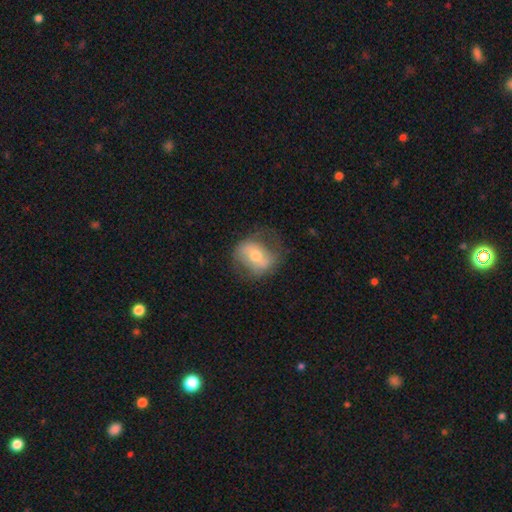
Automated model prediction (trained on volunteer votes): Overall: featured or disk (51%; smooth 41%). Edge-on disk: no (93%). Merging: none (63%; minor disturbance 23%).